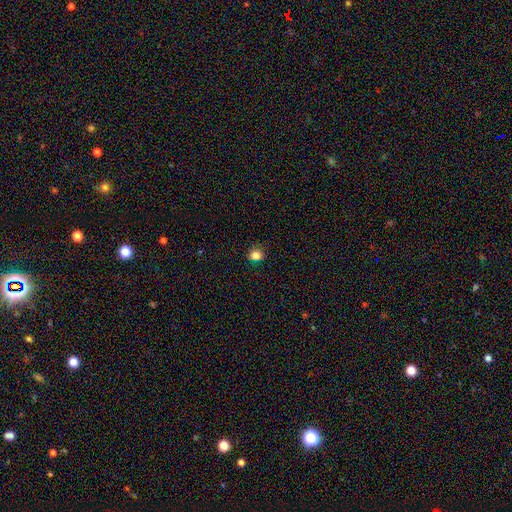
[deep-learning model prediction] Smooth or featured: smooth — 82% (star or artifact — 14%)
How rounded: round — 76% (in between — 23%)
Merging: none — 85% (minor disturbance — 10%)